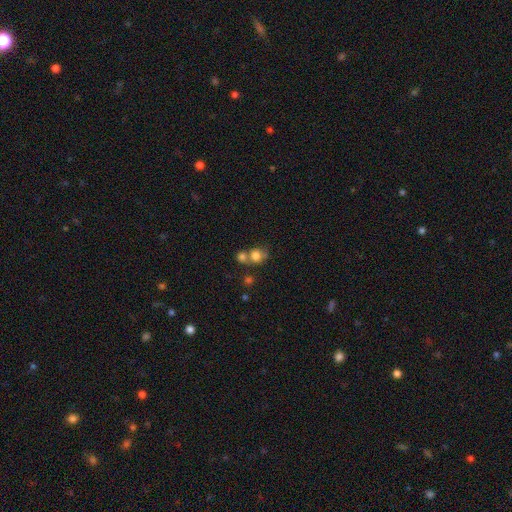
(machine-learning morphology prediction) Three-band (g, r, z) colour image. It shows a smooth galaxy with no disk features (78%) that is round (76%). Merging: merger (45%).